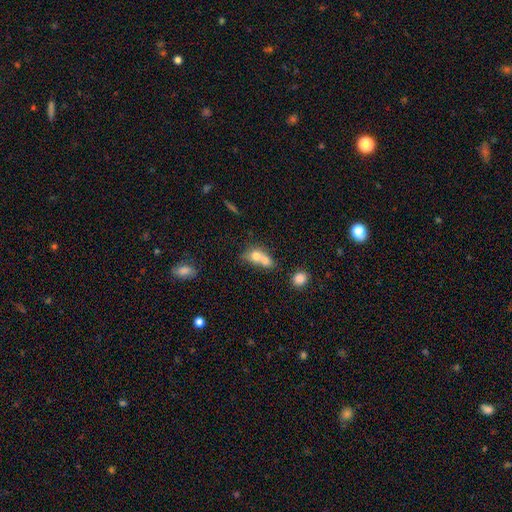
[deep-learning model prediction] Q: Smooth or featured?
A: smooth (70%); runner-up: featured or disk (20%)
Q: How rounded?
A: round (52%); runner-up: in between (45%)
Q: Merging?
A: merger (70%); runner-up: none (19%)